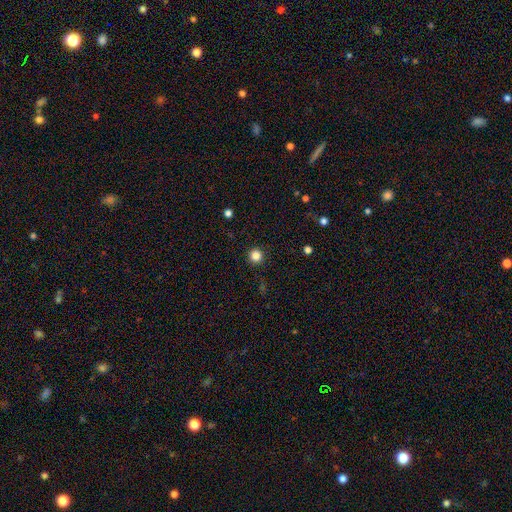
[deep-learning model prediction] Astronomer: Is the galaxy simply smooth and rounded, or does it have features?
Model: smooth — 84%.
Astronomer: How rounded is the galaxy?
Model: round — 96%.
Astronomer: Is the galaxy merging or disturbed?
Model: none — 93%.